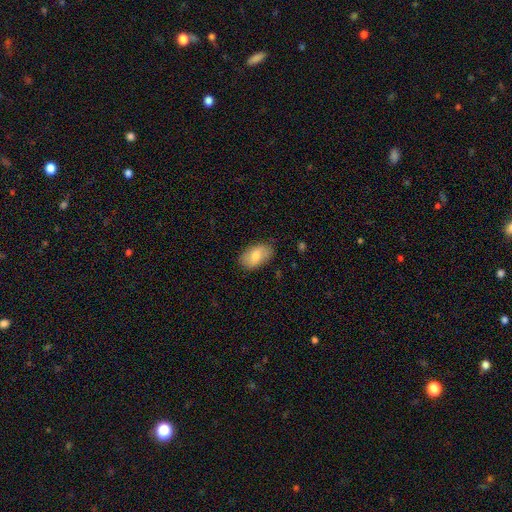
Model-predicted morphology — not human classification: smooth 74%, featured or disk 20%, star or artifact 7%. Down the decision tree: how rounded — in between (93%); merging — none (82%).